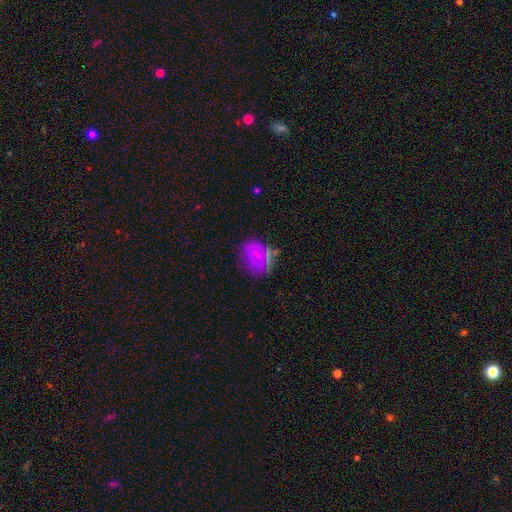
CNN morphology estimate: Smooth or featured? smooth (61%)
How rounded? round (52%)
Merging? none (60%)